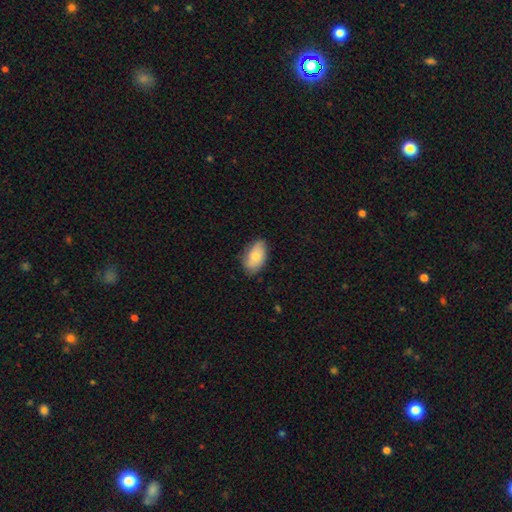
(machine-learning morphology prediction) smooth_or_featured: smooth (p=0.74) [alt: featured or disk p=0.20]
how_rounded: in between (p=0.92) [alt: round p=0.07]
merging: none (p=0.74) [alt: minor disturbance p=0.22]